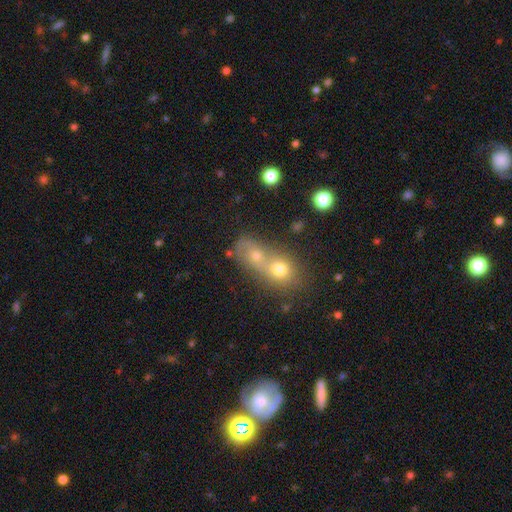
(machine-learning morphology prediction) Smooth or featured: smooth — 53% (featured or disk — 30%)
How rounded: round — 50% (in between — 46%)
Merging: merger — 65% (none — 24%)